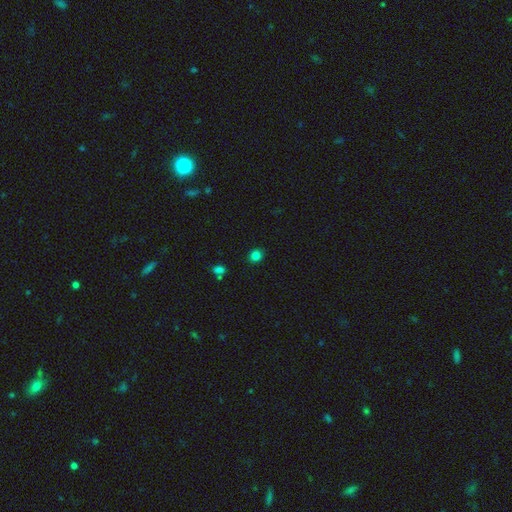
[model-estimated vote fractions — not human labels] This appears to be a smooth galaxy with no disk features (82%) that is round (76%). Merging: none (89%).